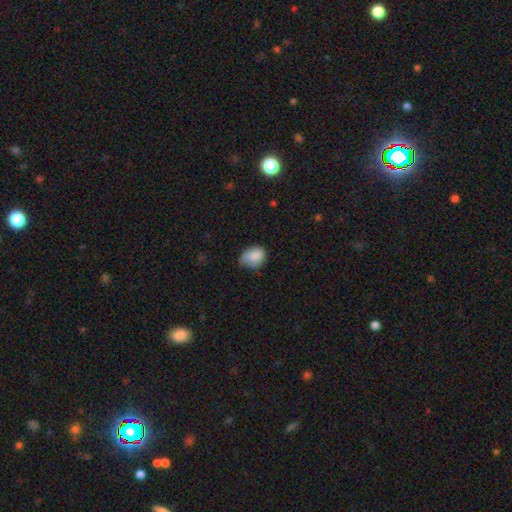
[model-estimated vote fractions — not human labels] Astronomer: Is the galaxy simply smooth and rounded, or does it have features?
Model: smooth — 80%.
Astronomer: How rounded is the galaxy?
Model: in between — 60% (runner-up: round, 39%).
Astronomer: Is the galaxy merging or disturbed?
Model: minor disturbance — 41%, tied with none at 41%.